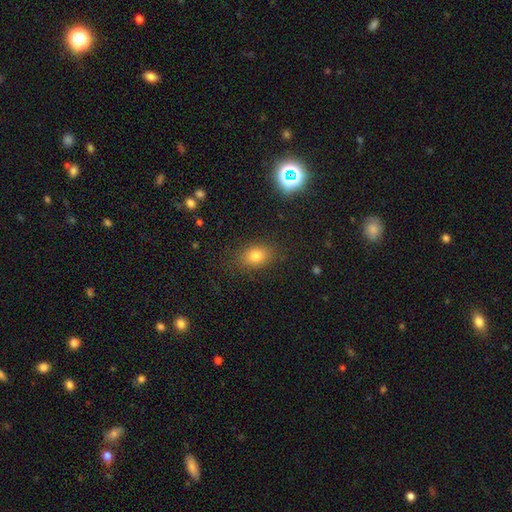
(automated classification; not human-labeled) smooth 76%, star or artifact 15%, featured or disk 9%. Down the decision tree: how rounded — in between (68%); merging — none (83%).